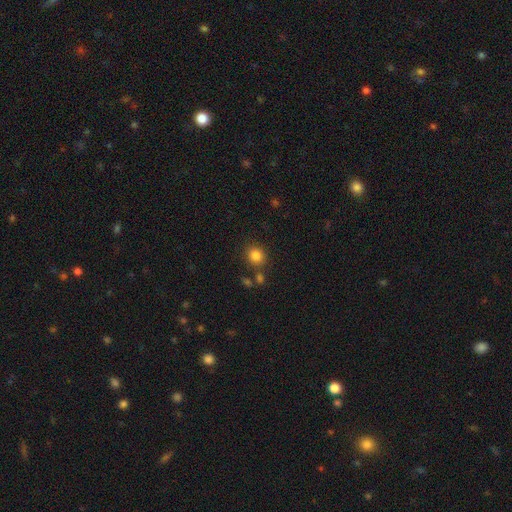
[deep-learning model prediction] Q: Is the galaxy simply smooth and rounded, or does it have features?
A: smooth — 83%.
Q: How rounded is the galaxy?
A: round — 83%.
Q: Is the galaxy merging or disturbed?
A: none — 80%.